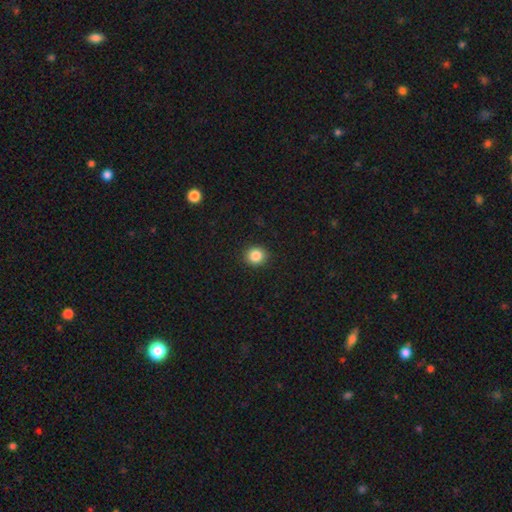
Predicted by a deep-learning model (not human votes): The model was most divided on "how rounded": round: 87%, in between: 13%, cigar-shaped: 1%. More confident: merging — none (92%); smooth or featured — smooth (85%).